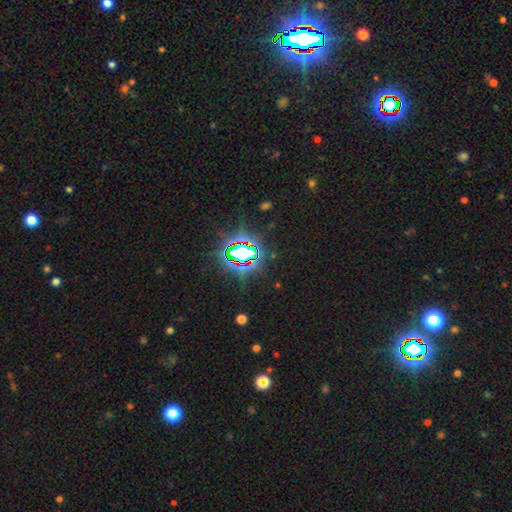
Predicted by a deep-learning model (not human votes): The model was most divided on "smooth or featured": star or artifact: 82%, smooth: 11%, featured or disk: 7%.